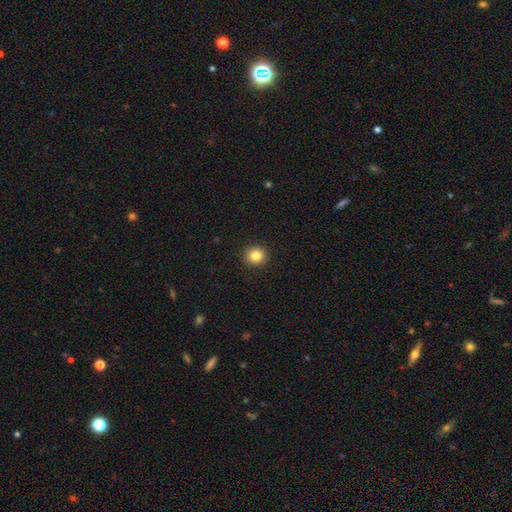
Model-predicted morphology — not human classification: type=smooth (84%); roundness=round (92%); merging=none (93%).